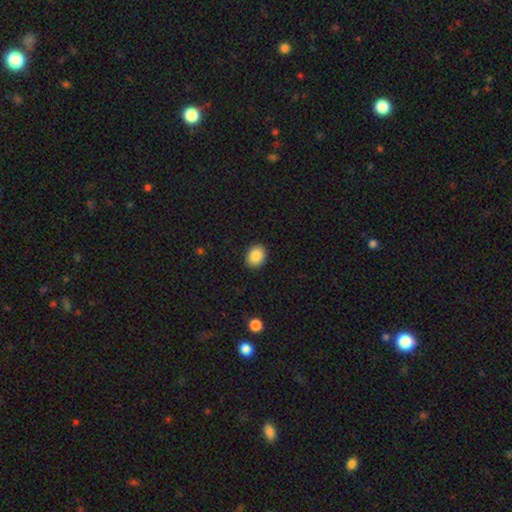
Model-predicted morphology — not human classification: A smooth galaxy with no disk features (88%) that is round (51%). Merging: none (90%).